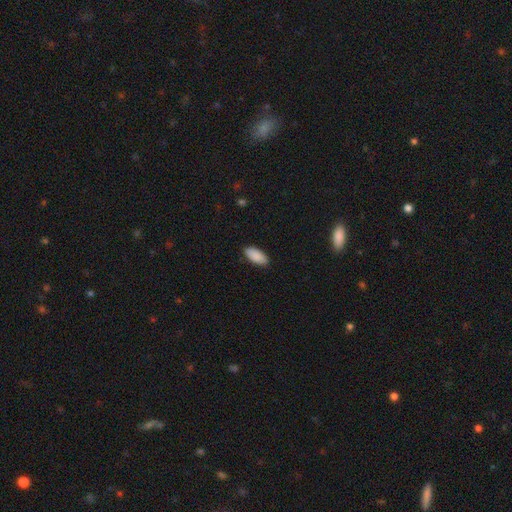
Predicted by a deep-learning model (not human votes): This is clearly a smooth galaxy (90%). How rounded: clearly in between (91%). Merging: clearly none (87%).